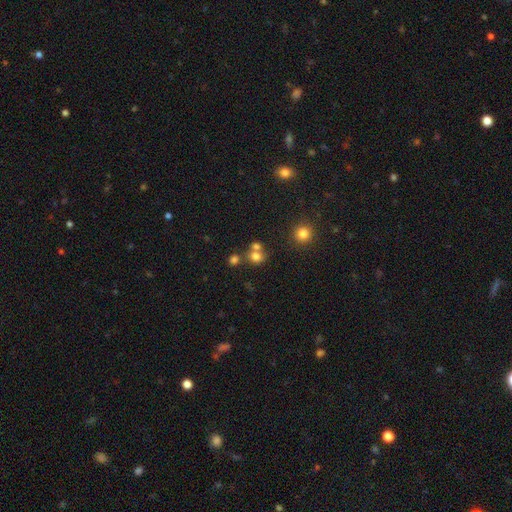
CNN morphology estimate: Smooth or featured?
  - smooth: 73% *
  - star or artifact: 16%
  - featured or disk: 10%
How rounded?
  - round: 73% *
  - in between: 26%
  - cigar-shaped: 1%
Merging?
  - none: 48% *
  - merger: 39%
  - minor disturbance: 8%
  - major disturbance: 4%